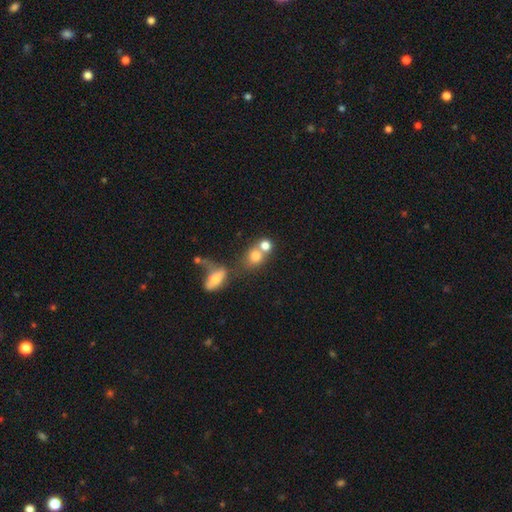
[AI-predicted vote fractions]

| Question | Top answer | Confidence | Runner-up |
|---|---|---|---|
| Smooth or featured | smooth | 75% | featured or disk (13%) |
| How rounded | round | 71% | in between (27%) |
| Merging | merger | 51% | none (35%) |